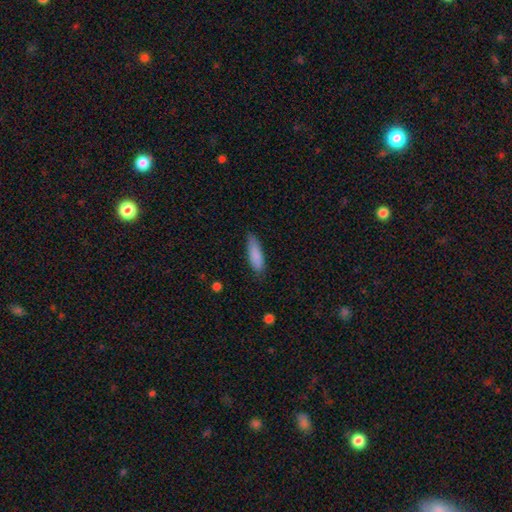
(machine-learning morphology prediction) Smooth or featured? Predicted: smooth (p=0.87). How rounded? Predicted: cigar-shaped (p=0.50). Merging? Predicted: none (p=0.74).